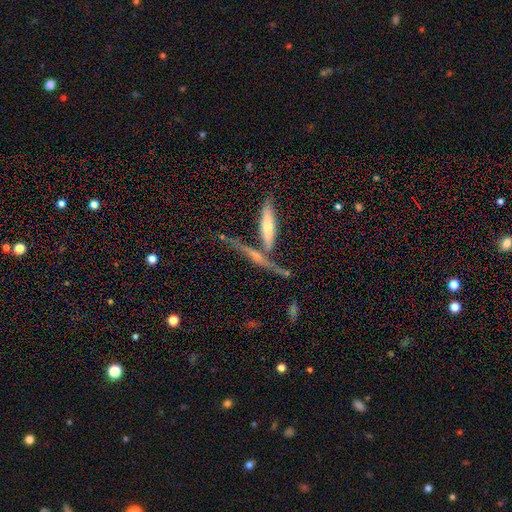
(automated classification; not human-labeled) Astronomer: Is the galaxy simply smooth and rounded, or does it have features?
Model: featured or disk — 67%.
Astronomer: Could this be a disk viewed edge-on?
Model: yes — 92%.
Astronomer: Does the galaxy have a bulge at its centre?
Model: rounded — 68%.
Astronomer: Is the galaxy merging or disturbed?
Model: none — 61%.